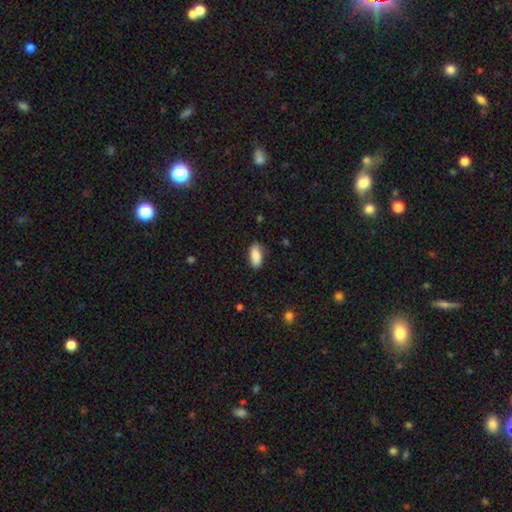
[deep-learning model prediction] A smooth galaxy with no disk features (87%) that is in between round and cigar-shaped (87%).

Vote fractions:
- Smooth or featured? smooth: 87% / featured or disk: 7% / star or artifact: 6%
- How rounded? in between: 87% / cigar-shaped: 10% / round: 2%
- Merging? none: 85% / minor disturbance: 12% / major disturbance: 2% / merger: 1%